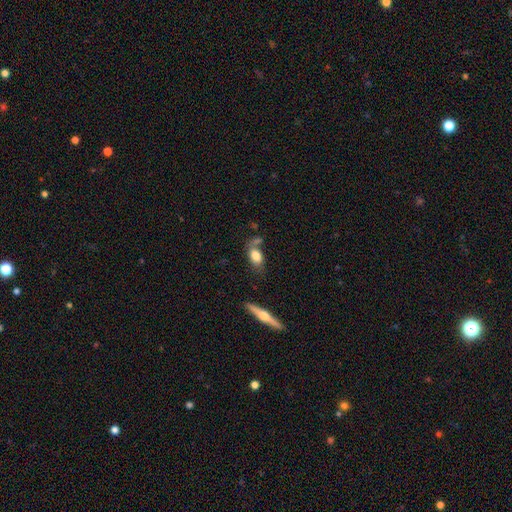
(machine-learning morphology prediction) smooth_or_featured: smooth (p=0.75) [alt: featured or disk p=0.18]
how_rounded: in between (p=0.85) [alt: round p=0.10]
merging: none (p=0.52) [alt: minor disturbance p=0.21]